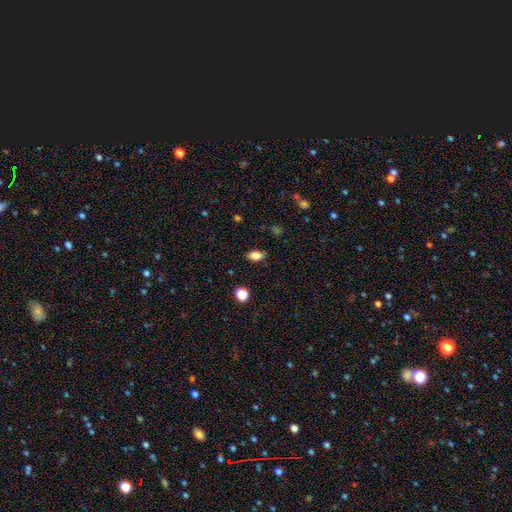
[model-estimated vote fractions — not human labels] Smooth or featured? Predicted: smooth (p=0.82). How rounded? Predicted: in between (p=0.86). Merging? Predicted: none (p=0.84).